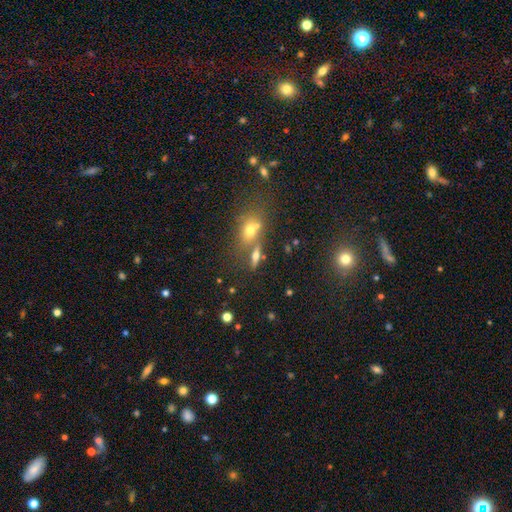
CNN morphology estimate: A smooth galaxy with no disk features (47%).

Vote fractions:
- Smooth or featured? smooth: 47% / featured or disk: 36% / star or artifact: 17%
- Merging? none: 59% / merger: 25% / minor disturbance: 11% / major disturbance: 5%